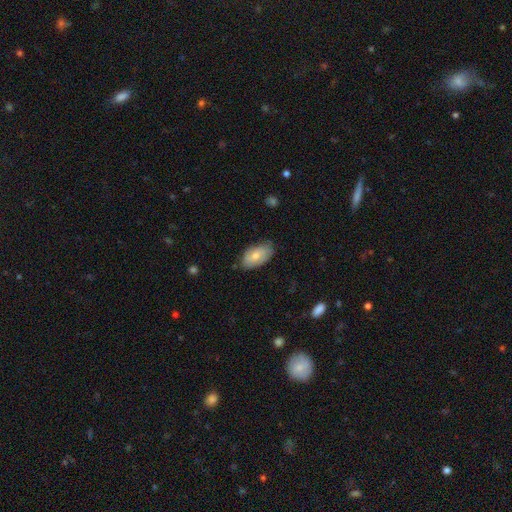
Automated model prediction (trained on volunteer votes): This is likely a smooth galaxy (71%). How rounded: clearly in between (94%). Merging: likely none (71%).